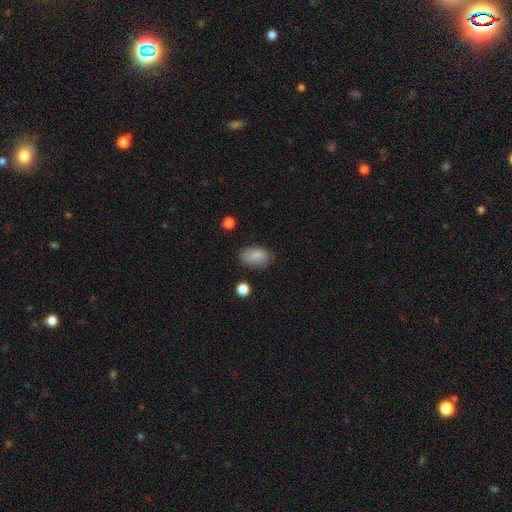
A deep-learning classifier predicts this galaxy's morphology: smooth-or-featured: smooth: 85% | star or artifact: 8% | featured or disk: 7%
  how-rounded: in between: 90% | round: 8% | cigar-shaped: 2%
  merging: none: 74% | minor disturbance: 19% | major disturbance: 5% | merger: 2%